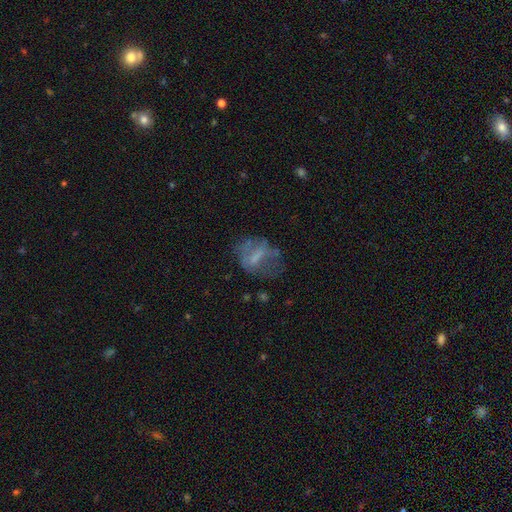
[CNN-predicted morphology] A featured or disk galaxy (45%).

Vote fractions:
- Smooth or featured? featured or disk: 45% / smooth: 42% / star or artifact: 13%
- Merging? none: 43% / major disturbance: 30% / minor disturbance: 23% / merger: 4%